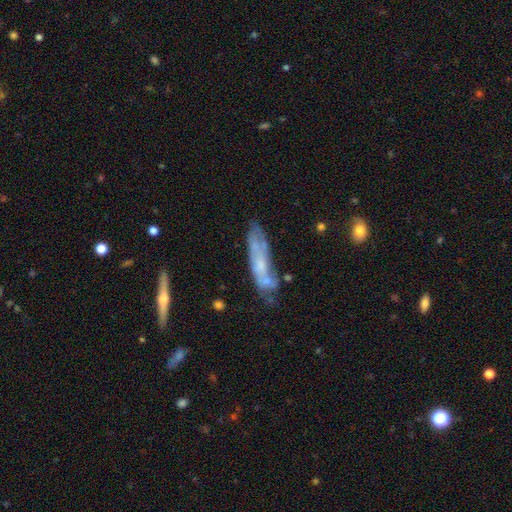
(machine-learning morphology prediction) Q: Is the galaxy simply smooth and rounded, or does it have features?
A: featured or disk — 56%.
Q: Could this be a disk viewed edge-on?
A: no — 50%, tied with yes.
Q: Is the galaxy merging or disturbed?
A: none — 61%.